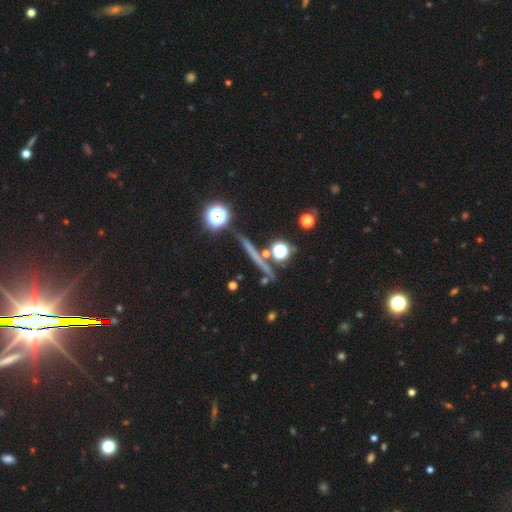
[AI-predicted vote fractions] smooth-or-featured: featured or disk: 40% | smooth: 34% | star or artifact: 26%
  merging: none: 85% | minor disturbance: 7% | merger: 5% | major disturbance: 3%